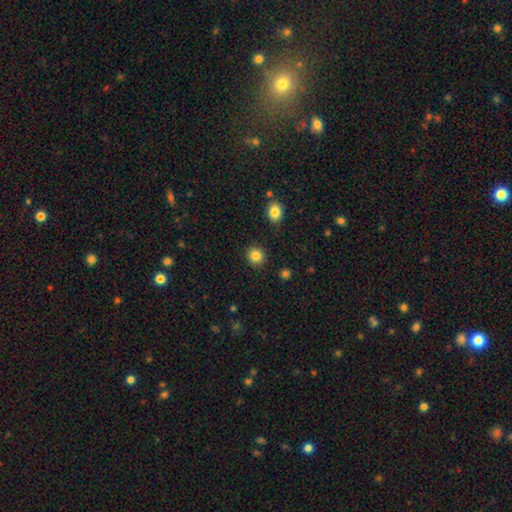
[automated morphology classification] Overall: smooth (85%). How rounded: round (86%). Merging: none (90%).